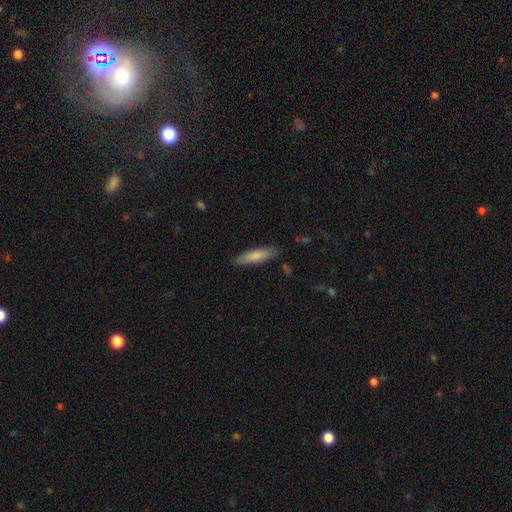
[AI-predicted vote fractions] smooth 81%, featured or disk 13%, star or artifact 6%. Down the decision tree: how rounded — cigar-shaped (64%); merging — none (86%).